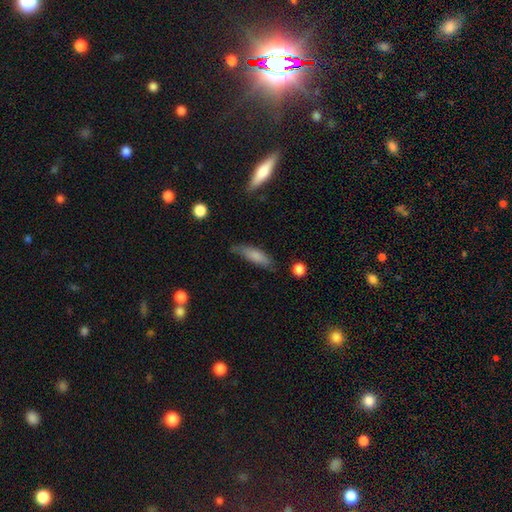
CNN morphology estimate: Smooth or featured? smooth (76%)
How rounded? cigar-shaped (50%)
Merging? none (60%)